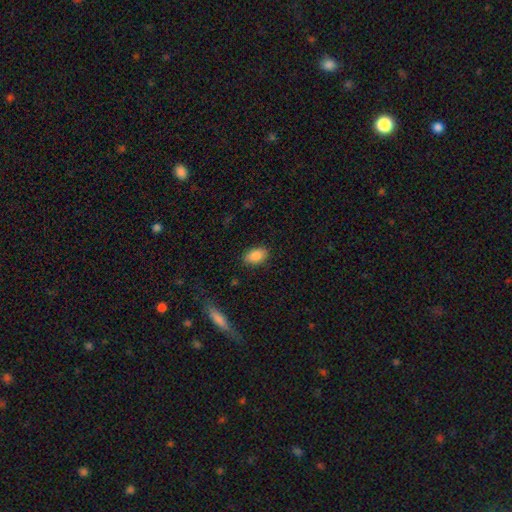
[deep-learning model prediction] smooth 87%, star or artifact 7%, featured or disk 5%. Down the decision tree: how rounded — in between (89%); merging — none (85%).